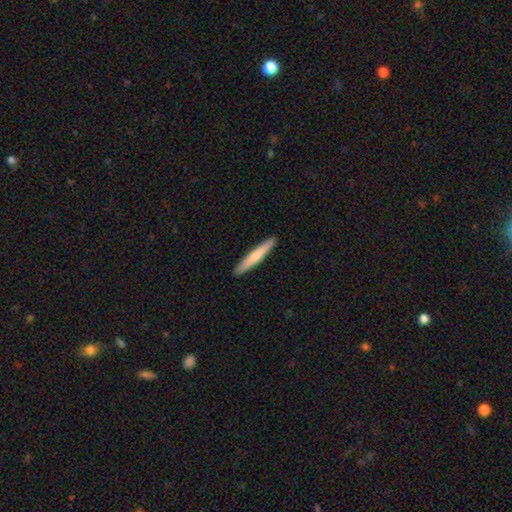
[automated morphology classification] type=smooth (65%); roundness=cigar-shaped (95%); merging=none (92%).